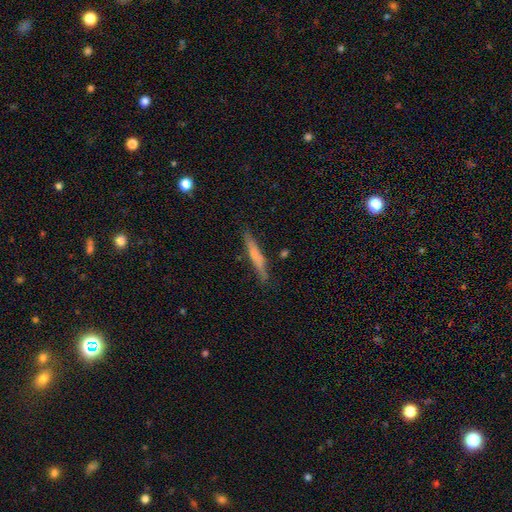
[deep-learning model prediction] smooth_or_featured: smooth (p=0.59) [alt: featured or disk p=0.35]
how_rounded: cigar-shaped (p=0.94) [alt: in between p=0.04]
merging: none (p=0.83) [alt: minor disturbance p=0.12]